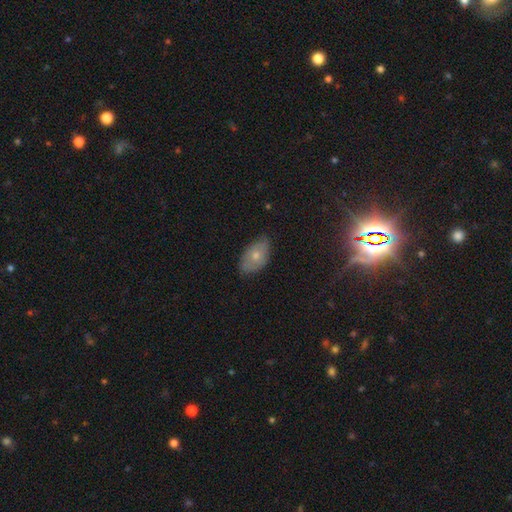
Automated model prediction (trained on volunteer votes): A smooth galaxy with no disk features (64%) that is in between round and cigar-shaped (91%). Merging: none (70%).